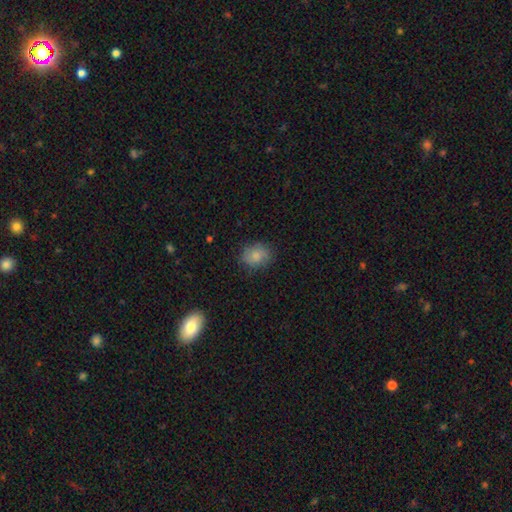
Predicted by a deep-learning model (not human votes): This is clearly a smooth galaxy (82%). How rounded: possibly round (54%). Merging: likely none (78%).